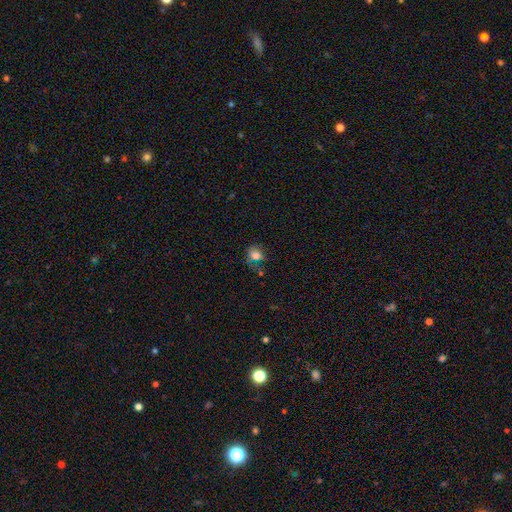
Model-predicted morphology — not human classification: A smooth galaxy with no disk features (74%) that is round (56%).

Vote fractions:
- Smooth or featured? smooth: 74% / star or artifact: 14% / featured or disk: 12%
- How rounded? round: 56% / in between: 43% / cigar-shaped: 1%
- Merging? none: 47% / minor disturbance: 26% / major disturbance: 17% / merger: 9%